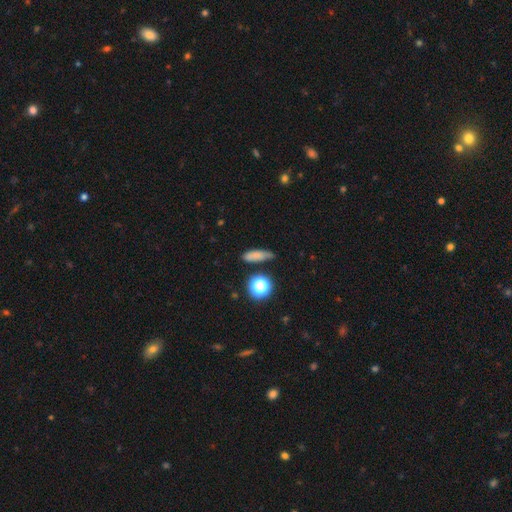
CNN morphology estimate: A smooth galaxy with no disk features (75%) that is cigar-shaped (51%).

Vote fractions:
- Smooth or featured? smooth: 75% / star or artifact: 15% / featured or disk: 10%
- How rounded? cigar-shaped: 51% / in between: 36% / round: 12%
- Merging? none: 68% / minor disturbance: 22% / major disturbance: 6% / merger: 5%